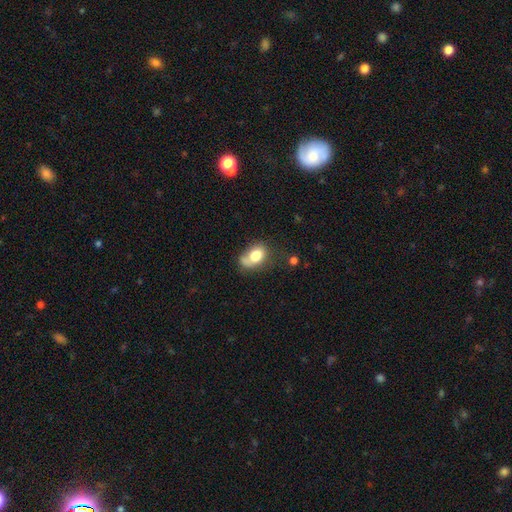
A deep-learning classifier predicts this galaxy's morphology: Q: Smooth or featured?
A: smooth (75%); runner-up: featured or disk (17%)
Q: How rounded?
A: in between (77%); runner-up: round (22%)
Q: Merging?
A: none (38%); runner-up: minor disturbance (30%)